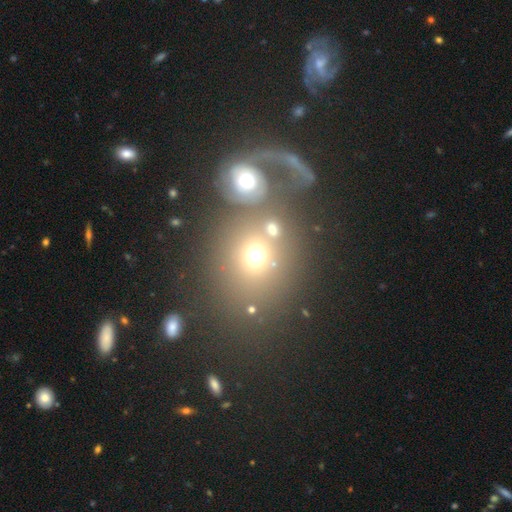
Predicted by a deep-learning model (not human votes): Smooth or featured? smooth (63%)
How rounded? round (75%)
Merging? none (42%)